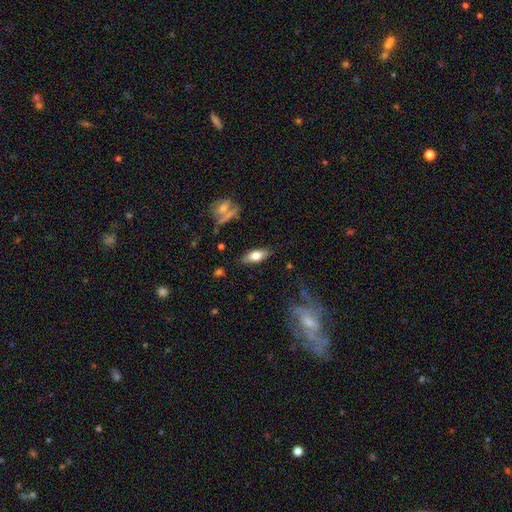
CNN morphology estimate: Smooth or featured? Predicted: smooth (p=0.66). How rounded? Predicted: in between (p=0.73). Merging? Predicted: none (p=0.83).